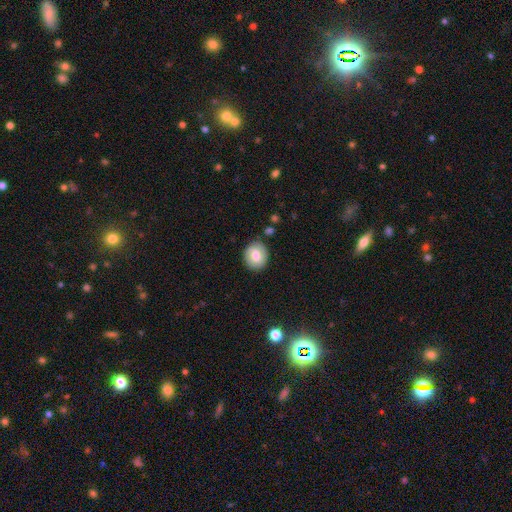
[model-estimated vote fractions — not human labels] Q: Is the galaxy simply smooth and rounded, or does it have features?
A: smooth — 68%.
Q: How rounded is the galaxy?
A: round — 73%.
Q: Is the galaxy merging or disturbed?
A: none — 83%.